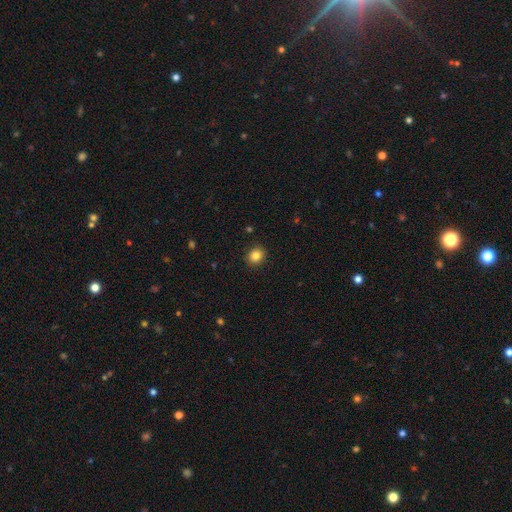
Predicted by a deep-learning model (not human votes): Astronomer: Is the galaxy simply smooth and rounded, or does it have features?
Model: smooth — 84%.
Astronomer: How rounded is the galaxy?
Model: round — 74%.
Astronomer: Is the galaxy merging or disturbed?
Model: none — 91%.